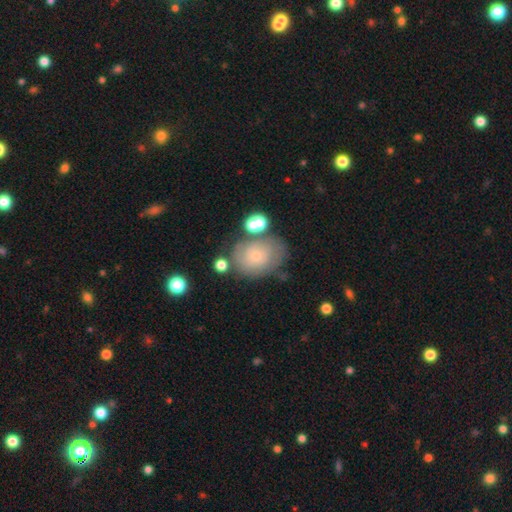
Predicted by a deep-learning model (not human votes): Smooth or featured?
  - featured or disk: 48% *
  - smooth: 42%
  - star or artifact: 10%
Merging?
  - none: 59% *
  - minor disturbance: 22%
  - major disturbance: 10%
  - merger: 9%